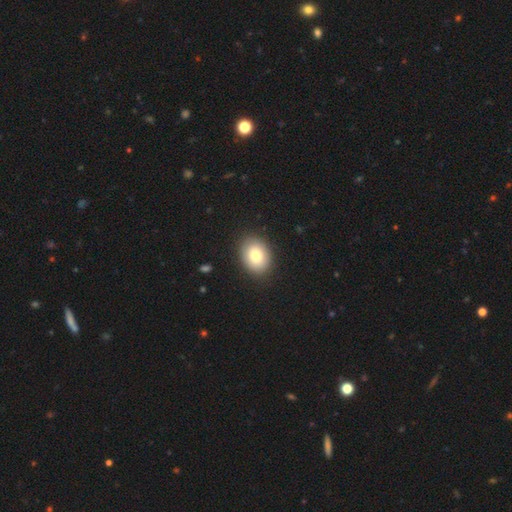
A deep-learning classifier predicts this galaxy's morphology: A smooth galaxy with no disk features (81%) that is in between round and cigar-shaped (65%).

Vote fractions:
- Smooth or featured? smooth: 81% / featured or disk: 11% / star or artifact: 7%
- How rounded? in between: 65% / round: 34% / cigar-shaped: 1%
- Merging? none: 88% / minor disturbance: 8% / major disturbance: 2% / merger: 1%